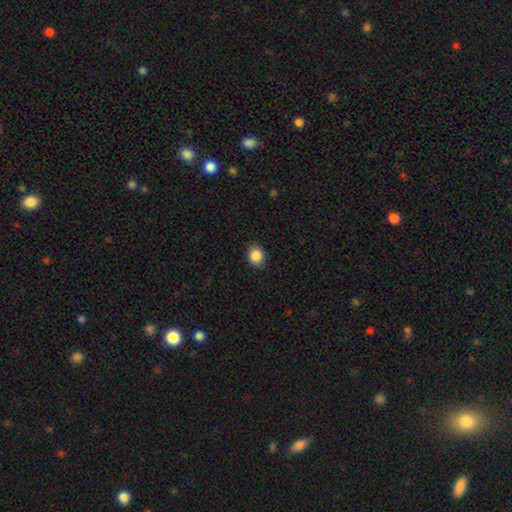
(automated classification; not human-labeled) The model was most divided on "how rounded": round: 63%, in between: 36%, cigar-shaped: 1%. More confident: smooth or featured — smooth (87%); merging — none (87%).